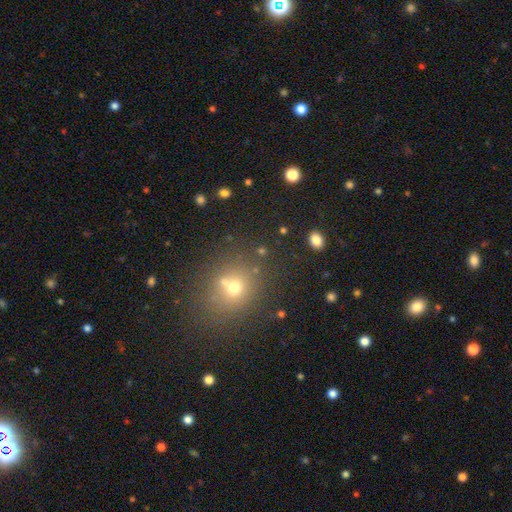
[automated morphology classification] A smooth galaxy with no disk features (54%) that is round (71%).

Vote fractions:
- Smooth or featured? smooth: 54% / star or artifact: 36% / featured or disk: 10%
- How rounded? round: 71% / in between: 27% / cigar-shaped: 2%
- Merging? none: 83% / minor disturbance: 9% / merger: 4% / major disturbance: 4%